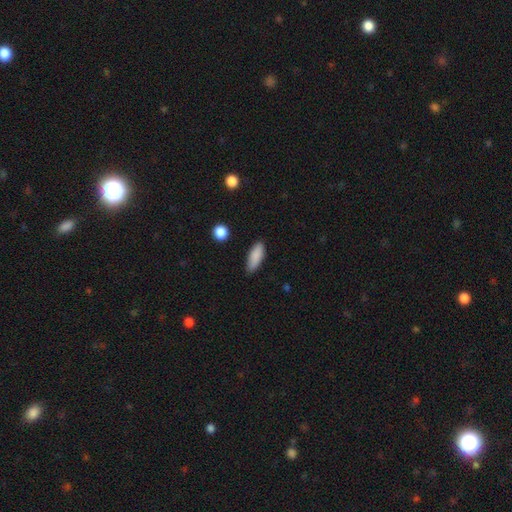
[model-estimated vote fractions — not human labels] Overall: smooth (87%). How rounded: in between (65%; cigar-shaped 33%). Merging: none (81%).